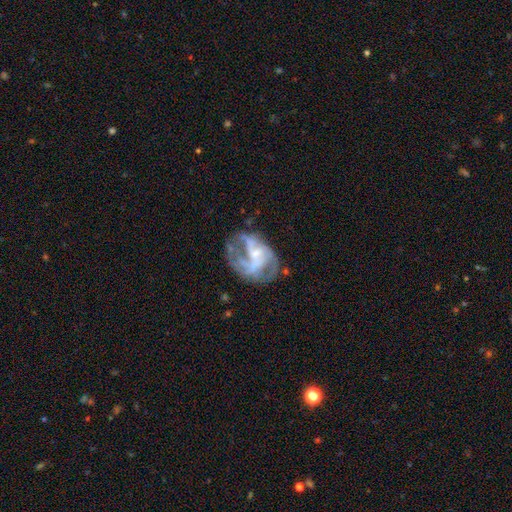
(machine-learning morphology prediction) This appears to be a featured or disk galaxy (73%) with no bar (55%), spiral arms (69%) and a small central bulge (43%). Merging: none (40%).